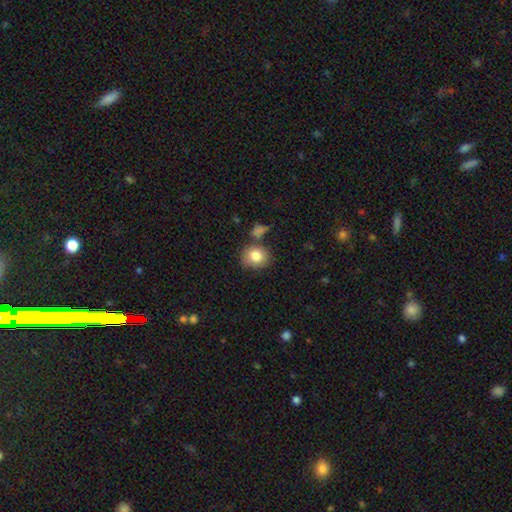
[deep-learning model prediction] Overall: smooth (82%). How rounded: round (67%; in between 32%). Merging: none (68%).